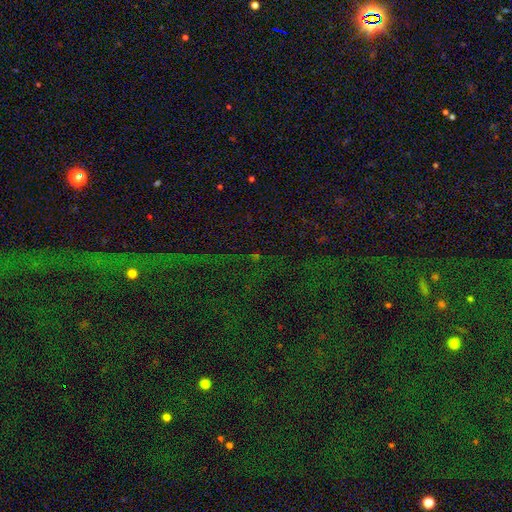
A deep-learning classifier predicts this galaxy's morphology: This is likely a star or artifact rather than a galaxy (78%).